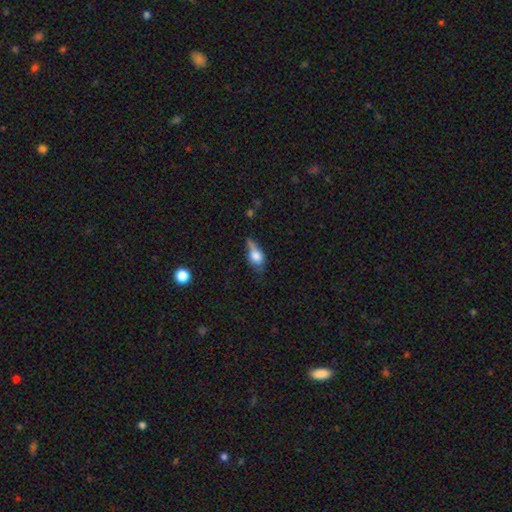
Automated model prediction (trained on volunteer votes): A smooth galaxy with no disk features (64%) that is in between round and cigar-shaped (67%). Merging: minor disturbance (36%).